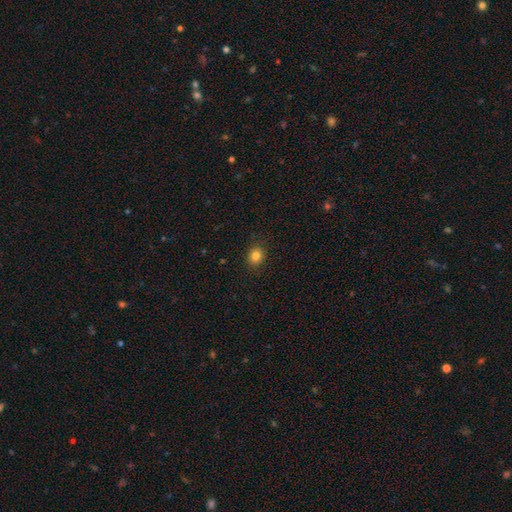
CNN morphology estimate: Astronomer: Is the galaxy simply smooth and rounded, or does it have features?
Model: smooth — 83%.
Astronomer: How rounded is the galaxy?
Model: round — 66%.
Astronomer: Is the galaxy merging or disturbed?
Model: none — 89%.